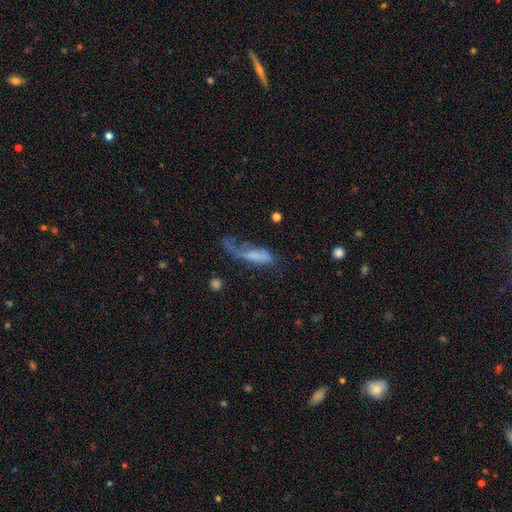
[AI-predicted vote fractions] Smooth or featured?
  - smooth: 57% *
  - featured or disk: 33%
  - star or artifact: 10%
How rounded?
  - cigar-shaped: 50% *
  - in between: 47%
  - round: 3%
Merging?
  - major disturbance: 49% *
  - none: 23%
  - minor disturbance: 22%
  - merger: 7%